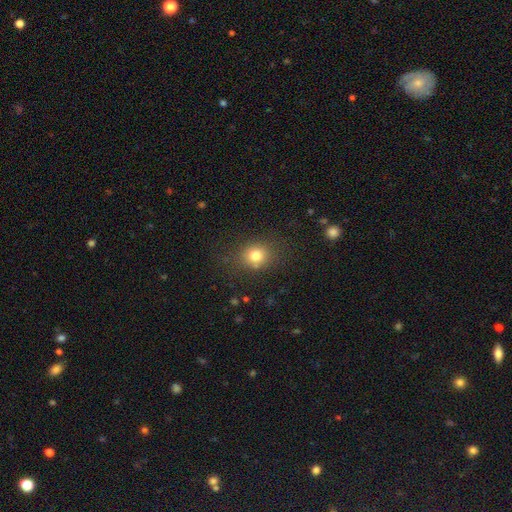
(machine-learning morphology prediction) Overall: smooth (78%). How rounded: round (74%). Merging: none (80%).